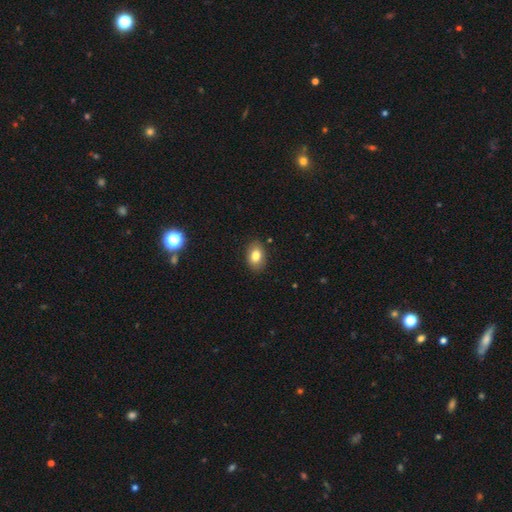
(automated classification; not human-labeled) Smooth or featured: smooth — 81% (featured or disk — 10%)
How rounded: in between — 81% (round — 17%)
Merging: none — 87% (minor disturbance — 9%)